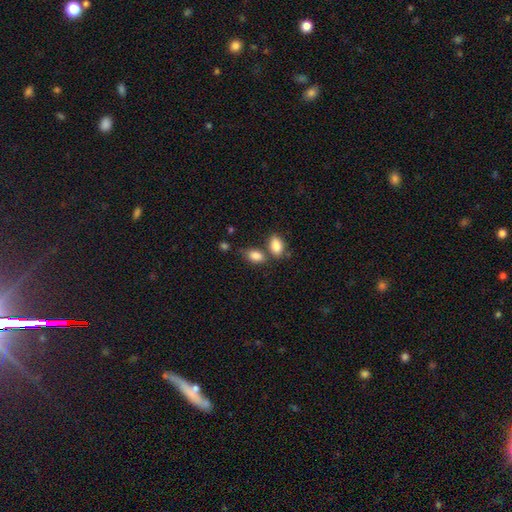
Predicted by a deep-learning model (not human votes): smooth 86%, star or artifact 8%, featured or disk 6%. Down the decision tree: how rounded — in between (88%); merging — none (56%).